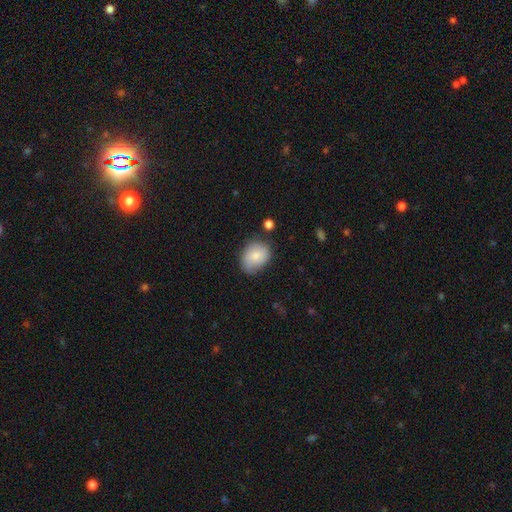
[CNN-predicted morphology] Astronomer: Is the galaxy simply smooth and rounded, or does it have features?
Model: smooth — 74%.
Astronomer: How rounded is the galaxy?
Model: in between — 56% (runner-up: round, 43%).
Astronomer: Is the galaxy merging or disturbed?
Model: none — 64%.